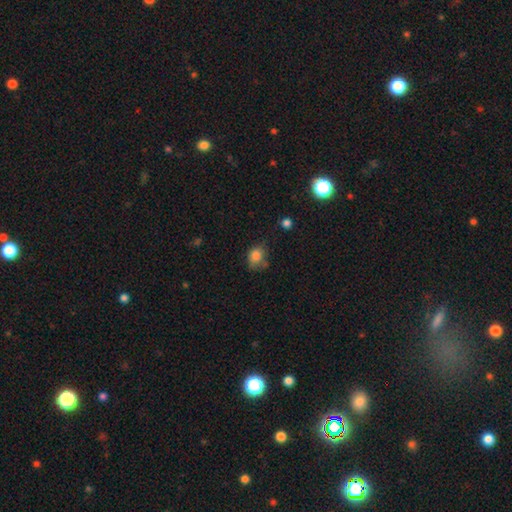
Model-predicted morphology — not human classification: A smooth galaxy with no disk features (81%) that is in between round and cigar-shaped (50%). Merging: none (49%).